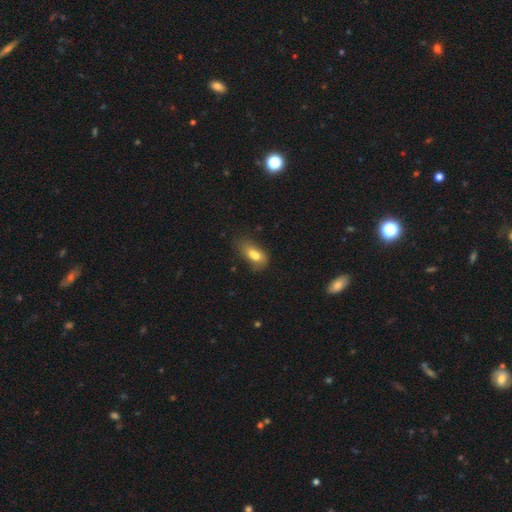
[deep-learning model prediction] A smooth galaxy with no disk features (72%) that is in between round and cigar-shaped (83%).

Vote fractions:
- Smooth or featured? smooth: 72% / featured or disk: 19% / star or artifact: 9%
- How rounded? in between: 83% / round: 10% / cigar-shaped: 7%
- Merging? none: 31% / merger: 27% / minor disturbance: 25% / major disturbance: 16%